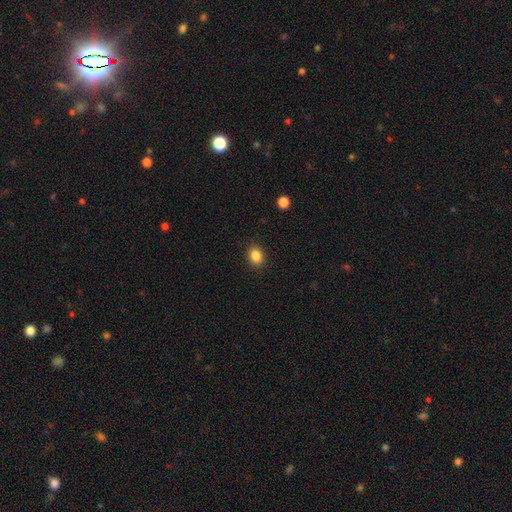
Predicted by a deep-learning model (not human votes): This is clearly a smooth galaxy (86%). How rounded: likely in between (61%). Merging: clearly none (90%).